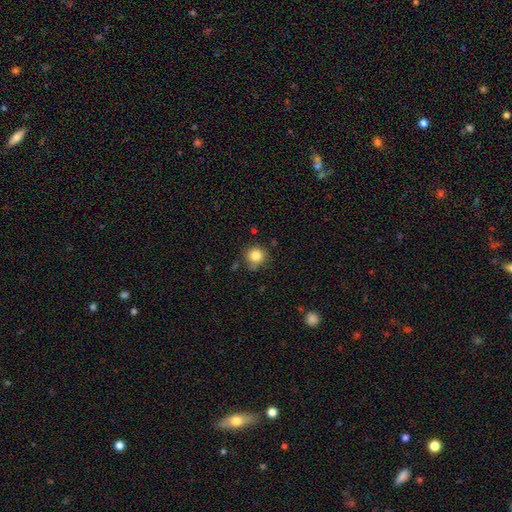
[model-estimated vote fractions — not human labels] Q: Smooth or featured?
A: smooth (82%); runner-up: star or artifact (11%)
Q: How rounded?
A: round (91%); runner-up: in between (8%)
Q: Merging?
A: none (76%); runner-up: minor disturbance (16%)